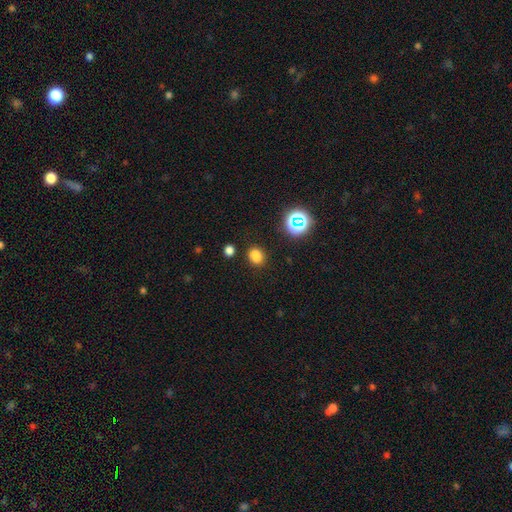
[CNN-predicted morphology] Smooth or featured?
  - smooth: 78% *
  - star or artifact: 17%
  - featured or disk: 5%
How rounded?
  - round: 51% *
  - in between: 48%
  - cigar-shaped: 1%
Merging?
  - none: 84% *
  - minor disturbance: 10%
  - merger: 3%
  - major disturbance: 3%